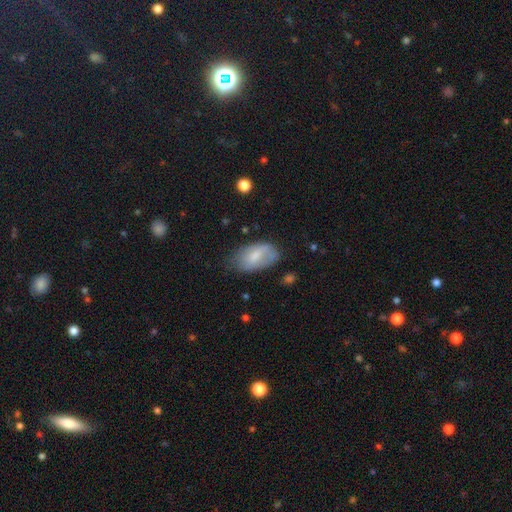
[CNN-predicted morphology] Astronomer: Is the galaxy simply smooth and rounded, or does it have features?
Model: smooth — 69%.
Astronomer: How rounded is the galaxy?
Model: in between — 94%.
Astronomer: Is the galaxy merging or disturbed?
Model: none — 55% (runner-up: minor disturbance, 32%).